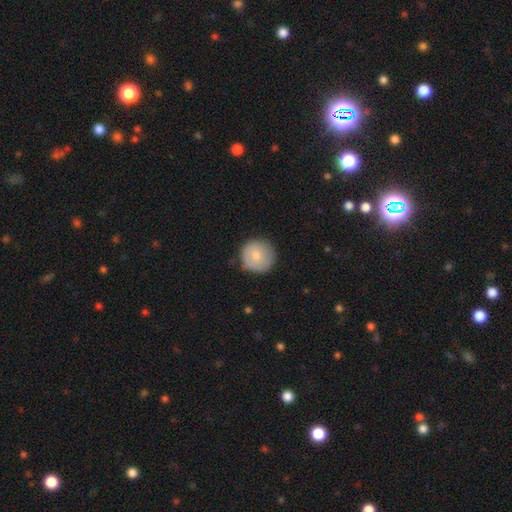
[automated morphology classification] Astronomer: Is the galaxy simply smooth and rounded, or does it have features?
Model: smooth — 78%.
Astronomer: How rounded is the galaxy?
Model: round — 94%.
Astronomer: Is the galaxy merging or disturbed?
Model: none — 80%.